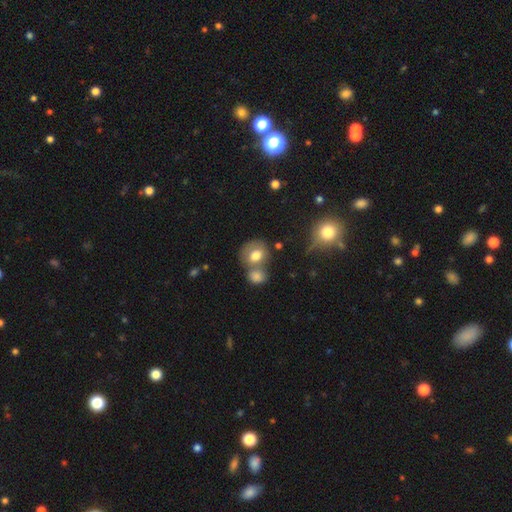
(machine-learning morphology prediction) Smooth or featured? Predicted: smooth (p=0.71). How rounded? Predicted: round (p=0.65). Merging? Predicted: none (p=0.42).